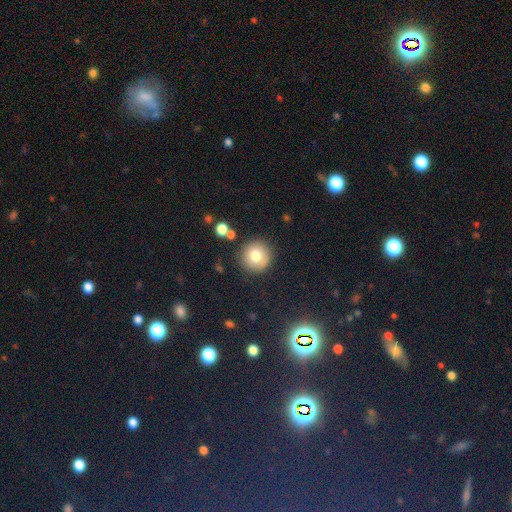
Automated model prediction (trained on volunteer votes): smooth 77%, featured or disk 11%, star or artifact 11%. Down the decision tree: how rounded — round (95%); merging — none (87%).